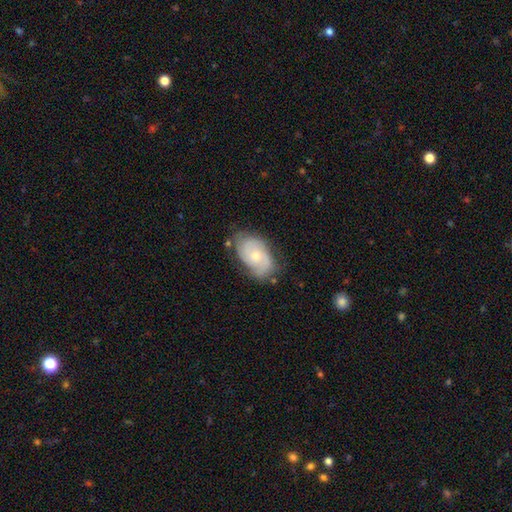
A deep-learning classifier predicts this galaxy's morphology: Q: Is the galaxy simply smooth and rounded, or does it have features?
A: featured or disk — 64%.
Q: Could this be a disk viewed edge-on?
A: no — 95%.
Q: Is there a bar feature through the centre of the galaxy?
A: no — 76%.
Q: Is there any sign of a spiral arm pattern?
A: yes — 84%.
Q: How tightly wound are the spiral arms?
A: tight — 46%.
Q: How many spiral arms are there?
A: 2 — 51%.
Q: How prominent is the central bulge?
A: small — 49%.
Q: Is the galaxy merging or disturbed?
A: none — 65%.